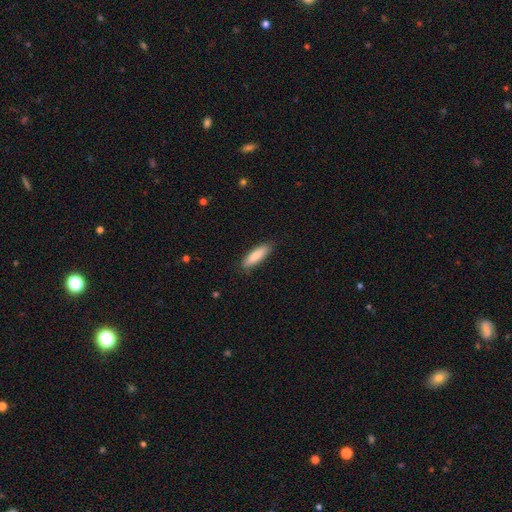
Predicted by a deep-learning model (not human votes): Smooth or featured? smooth (85%)
How rounded? cigar-shaped (57%)
Merging? none (86%)